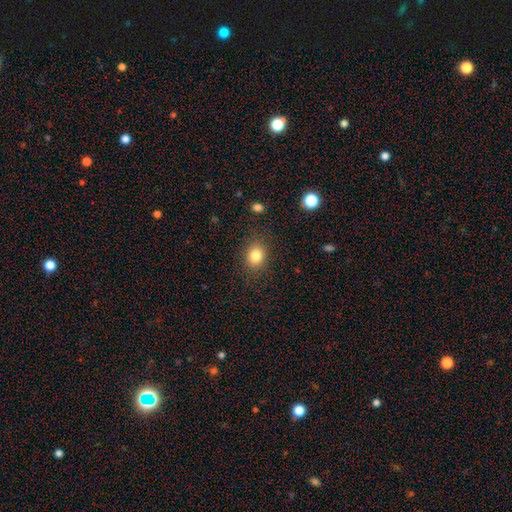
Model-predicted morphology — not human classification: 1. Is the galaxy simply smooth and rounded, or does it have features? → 83% smooth, 11% star or artifact, 7% featured or disk.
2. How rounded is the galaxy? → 51% round, 48% in between, 1% cigar-shaped.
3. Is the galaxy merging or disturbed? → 84% none, 11% minor disturbance, 4% major disturbance, 1% merger.